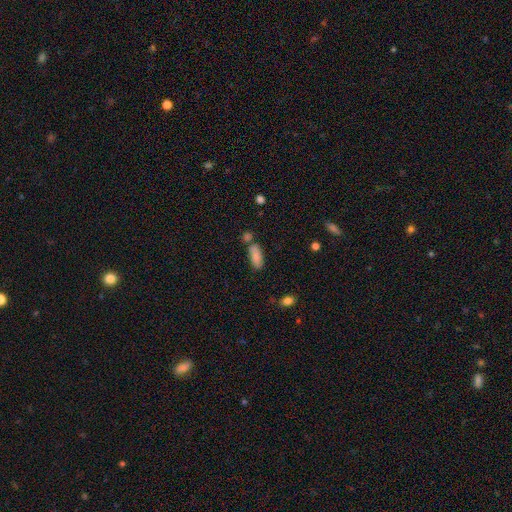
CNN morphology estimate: This appears to be a smooth galaxy with no disk features (83%) that is in between round and cigar-shaped (79%). Merging: none (63%).